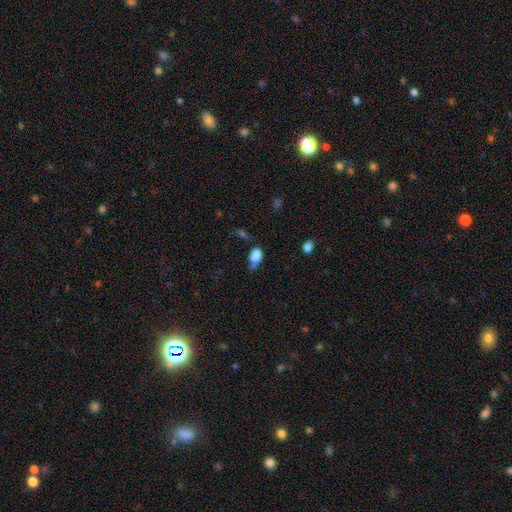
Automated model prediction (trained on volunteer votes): A smooth galaxy with no disk features (82%) that is in between round and cigar-shaped (86%).

Vote fractions:
- Smooth or featured? smooth: 82% / star or artifact: 10% / featured or disk: 9%
- How rounded? in between: 86% / round: 11% / cigar-shaped: 3%
- Merging? minor disturbance: 37% / none: 33% / major disturbance: 20% / merger: 10%